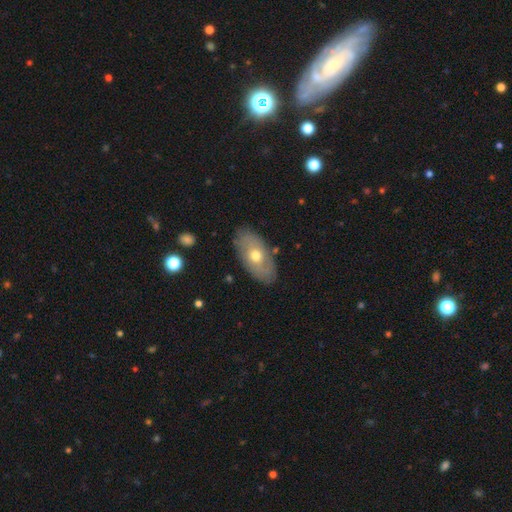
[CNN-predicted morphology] This appears to be a smooth galaxy with no disk features (56%) that is in between round and cigar-shaped (92%). Merging: none (82%).